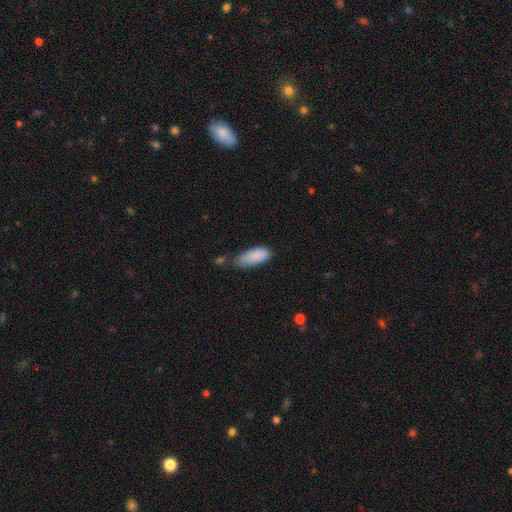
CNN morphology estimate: Smooth or featured: smooth — 87% (star or artifact — 7%)
How rounded: in between — 82% (cigar-shaped — 17%)
Merging: none — 48% (minor disturbance — 36%)